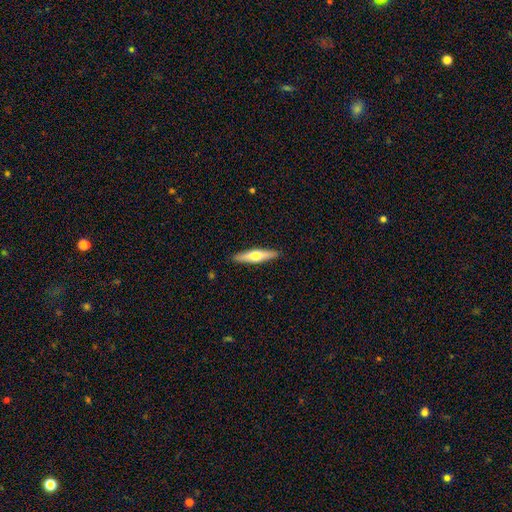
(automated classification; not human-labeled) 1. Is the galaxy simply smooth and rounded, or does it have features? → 48% smooth, 47% featured or disk, 5% star or artifact.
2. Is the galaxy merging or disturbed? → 91% none, 7% minor disturbance, 1% major disturbance, 1% merger.